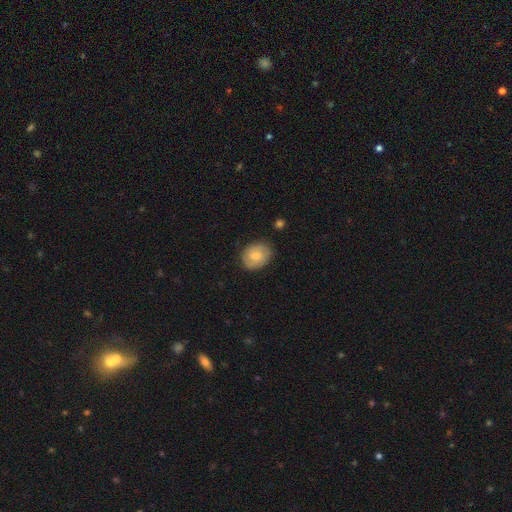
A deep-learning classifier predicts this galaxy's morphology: Smooth or featured? Predicted: featured or disk (p=0.47). Merging? Predicted: none (p=0.82).